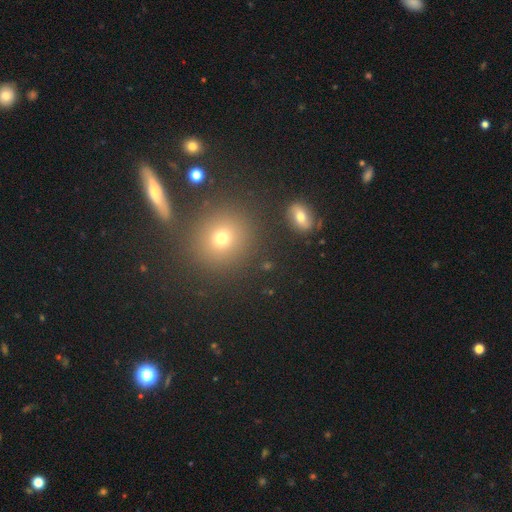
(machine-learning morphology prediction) Smooth or featured? smooth (51%)
How rounded? round (86%)
Merging? none (84%)